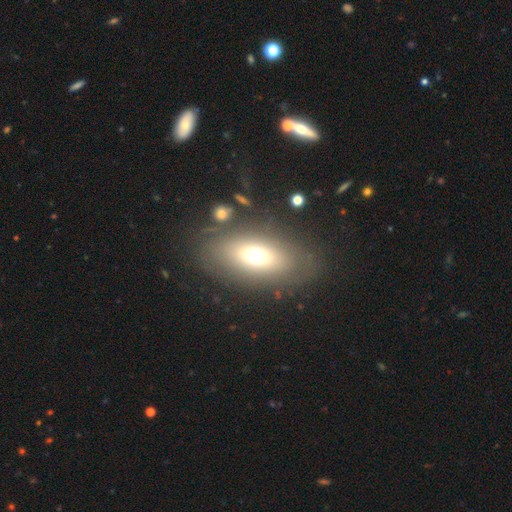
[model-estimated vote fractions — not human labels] A smooth galaxy with no disk features (61%) that is in between round and cigar-shaped (78%). Merging: none (76%).